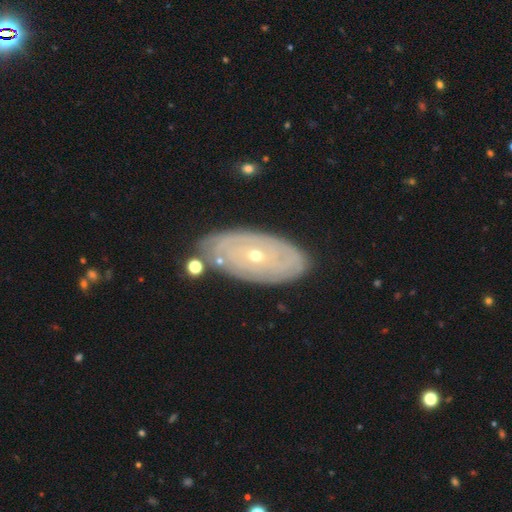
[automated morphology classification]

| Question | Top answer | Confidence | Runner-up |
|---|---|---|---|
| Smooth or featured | featured or disk | 78% | smooth (16%) |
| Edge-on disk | no | 92% | yes (8%) |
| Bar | no | 81% | weak (14%) |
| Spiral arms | yes | 78% | no (22%) |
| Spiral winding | tight | 86% | medium (10%) |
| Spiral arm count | can't tell | 59% | 2 (13%) |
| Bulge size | small | 65% | moderate (32%) |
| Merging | none | 78% | minor disturbance (15%) |